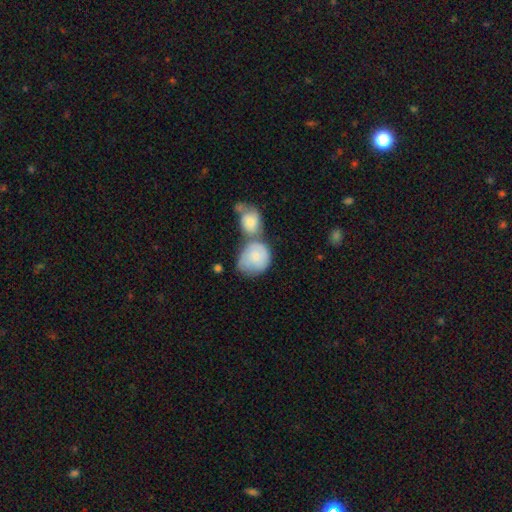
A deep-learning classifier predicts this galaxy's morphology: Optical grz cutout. It shows a smooth galaxy with no disk features (71%) that is round (63%). Merging: merger (58%).